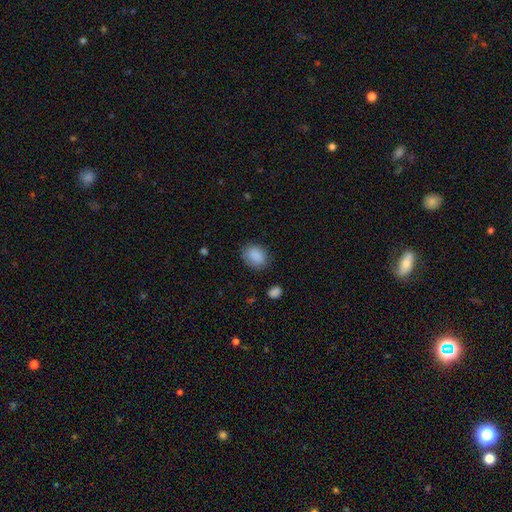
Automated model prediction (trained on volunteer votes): Smooth or featured? smooth (87%)
How rounded? in between (59%)
Merging? none (78%)